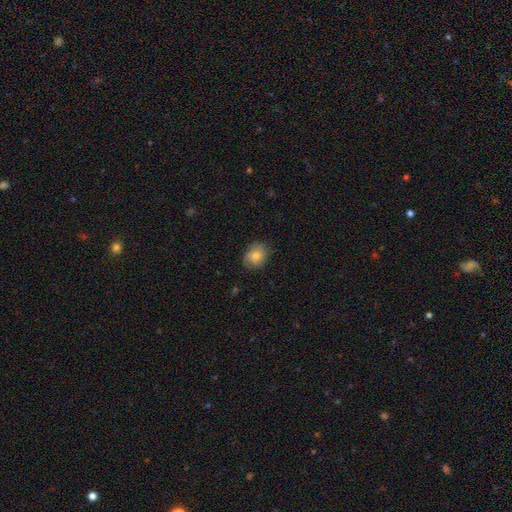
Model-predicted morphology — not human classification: Smooth or featured? smooth (76%)
How rounded? round (58%)
Merging? none (75%)